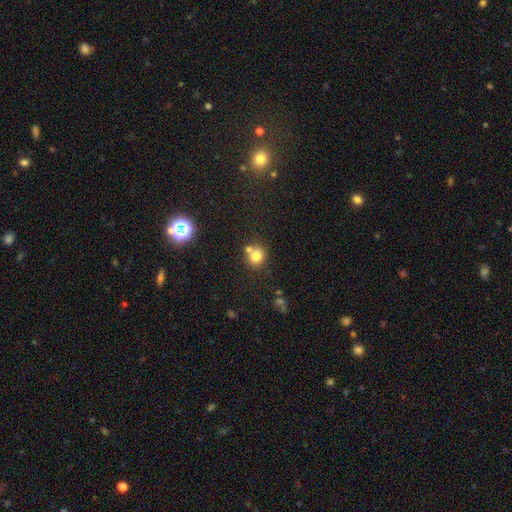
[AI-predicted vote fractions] smooth 77%, star or artifact 13%, featured or disk 10%. Down the decision tree: how rounded — round (81%); merging — none (55%).